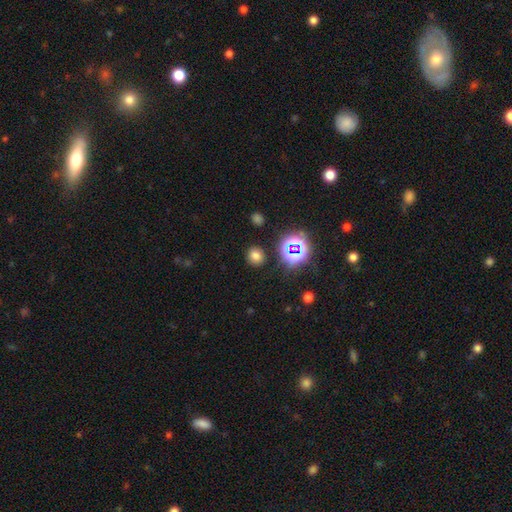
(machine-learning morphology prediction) Smooth or featured?
  - smooth: 71% *
  - star or artifact: 22%
  - featured or disk: 7%
How rounded?
  - round: 80% *
  - in between: 19%
  - cigar-shaped: 1%
Merging?
  - none: 87% *
  - minor disturbance: 8%
  - major disturbance: 3%
  - merger: 2%